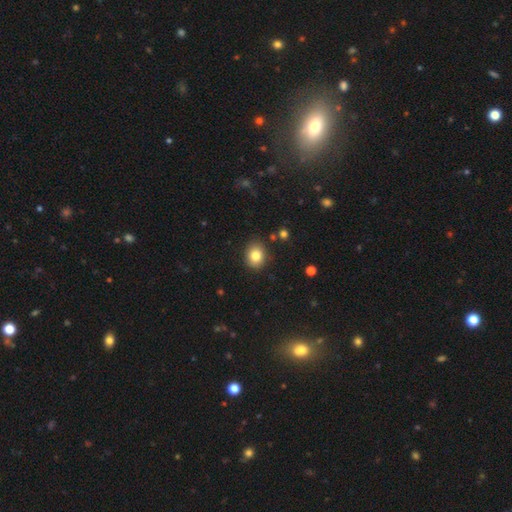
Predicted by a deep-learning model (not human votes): Smooth or featured: smooth — 82% (star or artifact — 10%)
How rounded: round — 59% (in between — 40%)
Merging: none — 86% (minor disturbance — 9%)